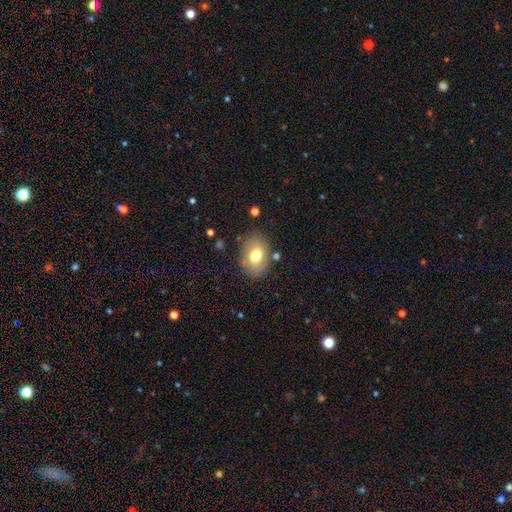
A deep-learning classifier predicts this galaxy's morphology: Q: Smooth or featured?
A: smooth (72%); runner-up: featured or disk (19%)
Q: How rounded?
A: in between (76%); runner-up: round (23%)
Q: Merging?
A: none (80%); runner-up: minor disturbance (13%)